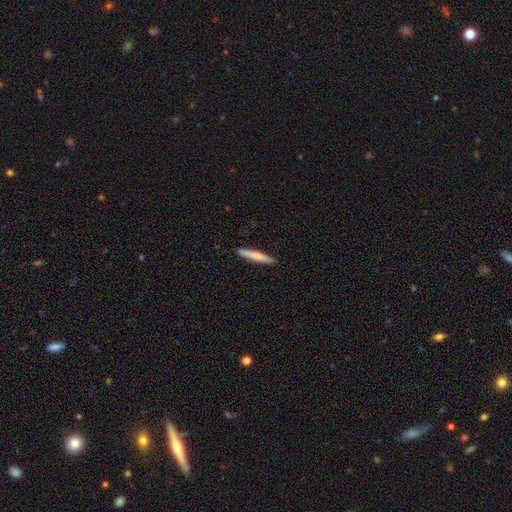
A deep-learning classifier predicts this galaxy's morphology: Overall: smooth (67%; featured or disk 28%). How rounded: cigar-shaped (94%). Merging: none (91%).